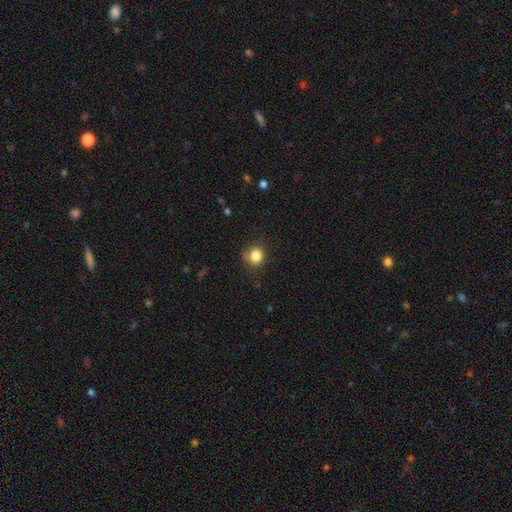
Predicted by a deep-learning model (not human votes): smooth_or_featured: smooth (p=0.84) [alt: star or artifact p=0.10]
how_rounded: round (p=0.77) [alt: in between p=0.22]
merging: none (p=0.71) [alt: minor disturbance p=0.22]